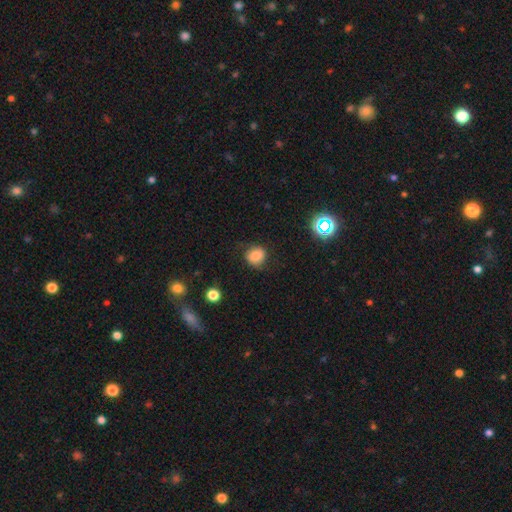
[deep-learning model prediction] This is likely a smooth galaxy (78%). How rounded: likely round (74%). Merging: likely none (74%).